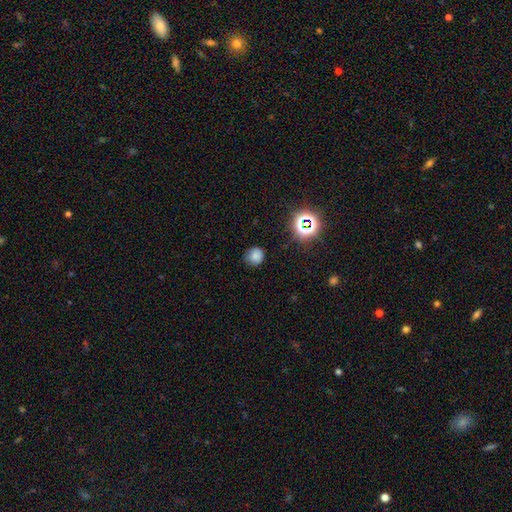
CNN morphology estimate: type=smooth (75%); roundness=round (84%); merging=none (79%).